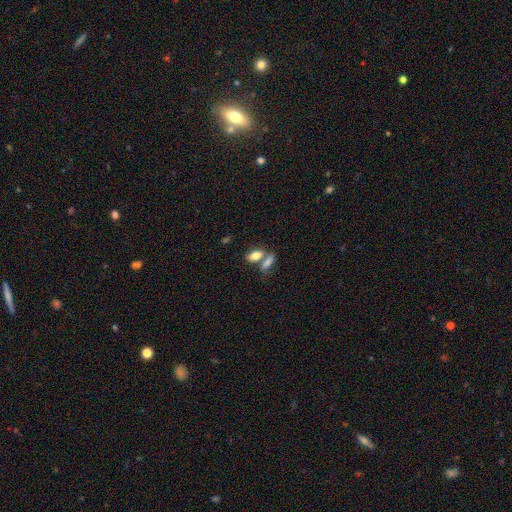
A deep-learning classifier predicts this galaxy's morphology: Smooth or featured? smooth (80%)
How rounded? in between (83%)
Merging? none (46%)